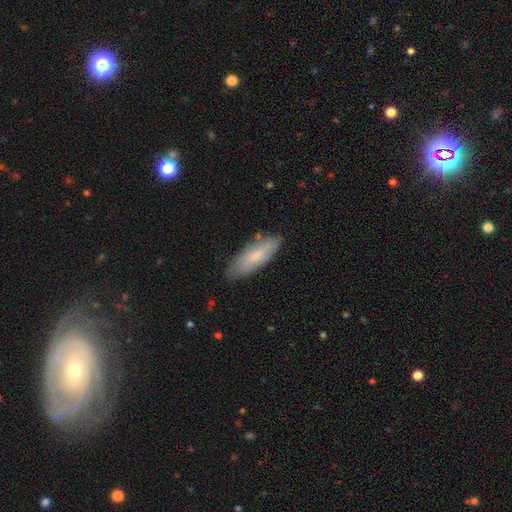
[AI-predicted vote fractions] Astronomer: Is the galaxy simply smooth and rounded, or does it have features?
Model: smooth — 73%.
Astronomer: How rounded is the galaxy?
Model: in between — 59% (runner-up: cigar-shaped, 39%).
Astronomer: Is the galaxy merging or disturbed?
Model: none — 82%.